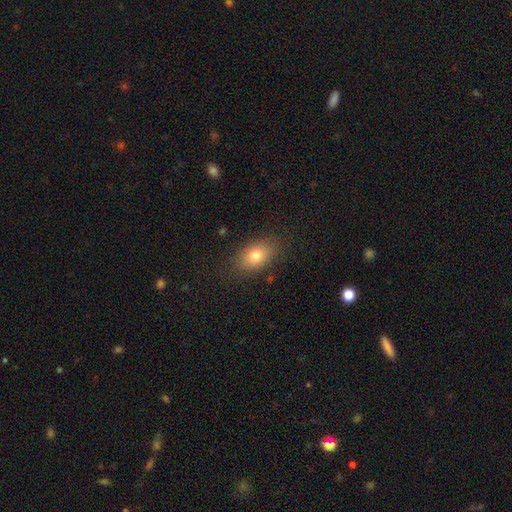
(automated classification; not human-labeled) Q: Smooth or featured?
A: smooth (76%); runner-up: featured or disk (14%)
Q: How rounded?
A: in between (82%); runner-up: round (16%)
Q: Merging?
A: none (84%); runner-up: minor disturbance (11%)